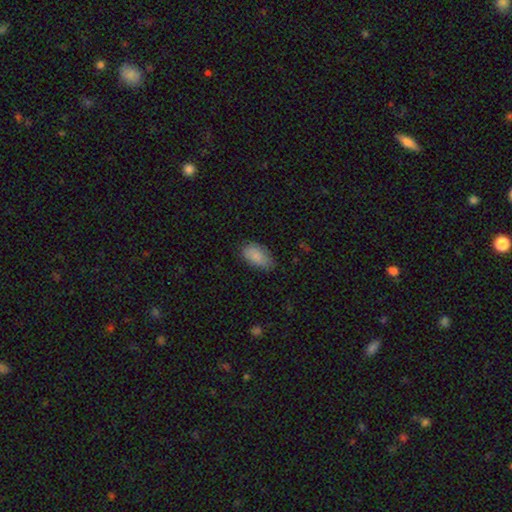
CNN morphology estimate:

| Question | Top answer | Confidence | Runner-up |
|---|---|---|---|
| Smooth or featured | smooth | 85% | featured or disk (8%) |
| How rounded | in between | 94% | round (4%) |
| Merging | none | 73% | minor disturbance (22%) |